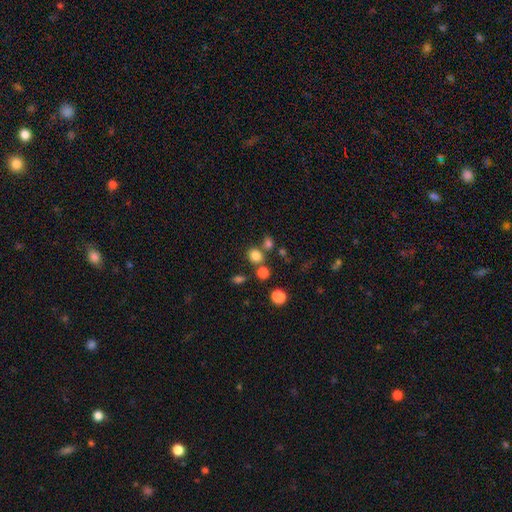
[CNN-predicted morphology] Smooth or featured: smooth — 78% (star or artifact — 16%)
How rounded: round — 66% (in between — 33%)
Merging: none — 68% (merger — 18%)